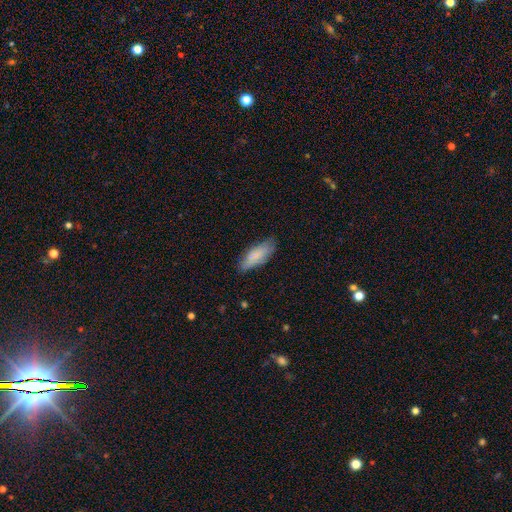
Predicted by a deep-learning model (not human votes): A smooth galaxy with no disk features (78%) that is in between round and cigar-shaped (70%).

Vote fractions:
- Smooth or featured? smooth: 78% / featured or disk: 16% / star or artifact: 6%
- How rounded? in between: 70% / cigar-shaped: 28% / round: 2%
- Merging? none: 77% / minor disturbance: 19% / major disturbance: 3% / merger: 1%